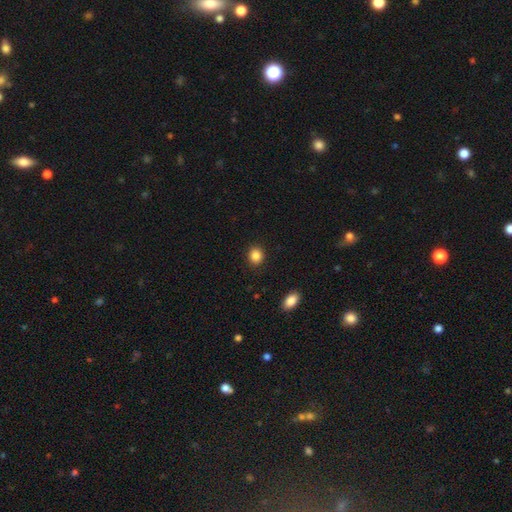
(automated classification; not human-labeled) Q: Smooth or featured?
A: smooth (87%); runner-up: star or artifact (10%)
Q: How rounded?
A: round (73%); runner-up: in between (27%)
Q: Merging?
A: none (91%); runner-up: minor disturbance (6%)